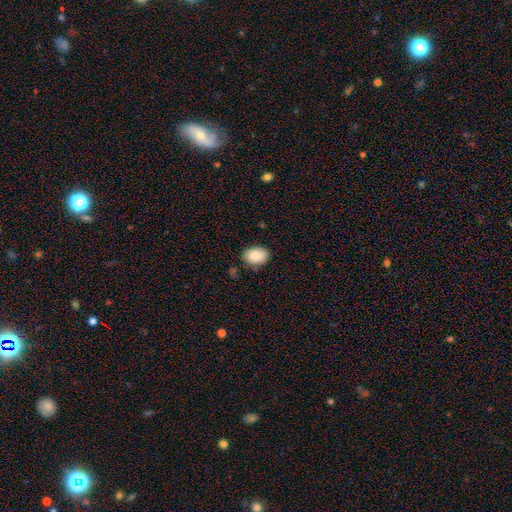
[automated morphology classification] Smooth or featured? smooth (89%)
How rounded? in between (79%)
Merging? none (79%)